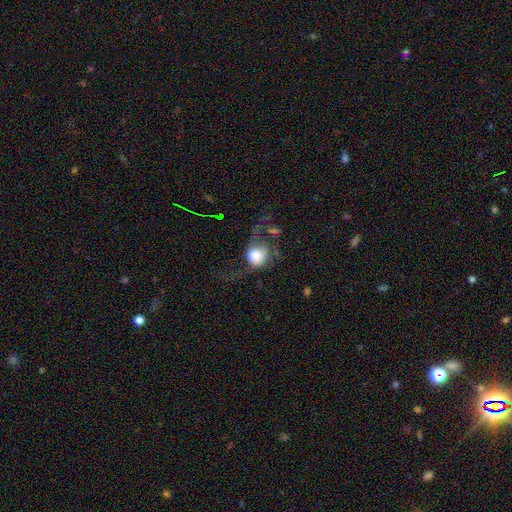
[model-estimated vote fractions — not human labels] Smooth or featured?
  - smooth: 53% *
  - featured or disk: 38%
  - star or artifact: 9%
How rounded?
  - round: 72% *
  - in between: 26%
  - cigar-shaped: 1%
Merging?
  - major disturbance: 49% *
  - none: 26%
  - minor disturbance: 16%
  - merger: 8%